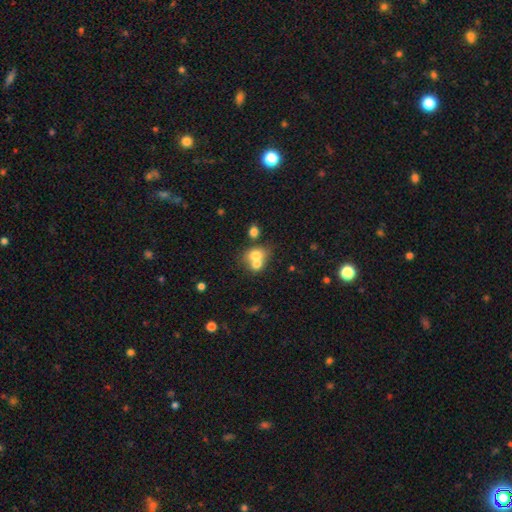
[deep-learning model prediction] This is likely a smooth galaxy (68%). How rounded: possibly round (59%). Merging: likely merger (67%).